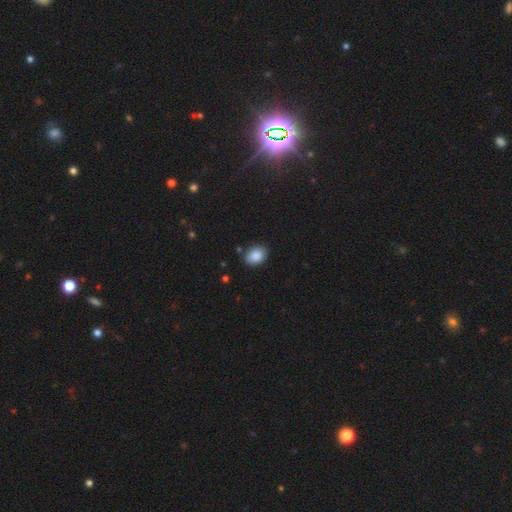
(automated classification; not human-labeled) smooth_or_featured: smooth (p=0.88) [alt: star or artifact p=0.08]
how_rounded: in between (p=0.78) [alt: round p=0.21]
merging: none (p=0.84) [alt: minor disturbance p=0.11]